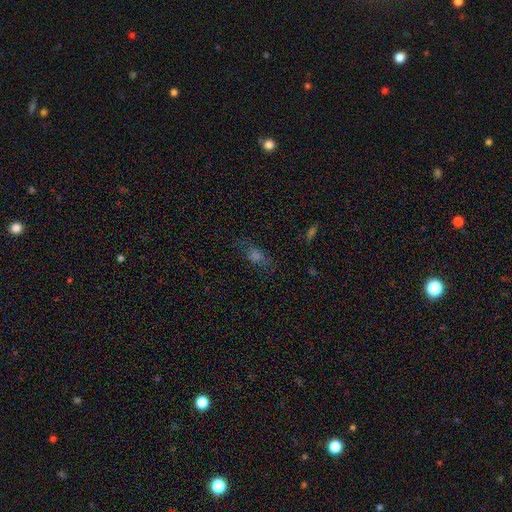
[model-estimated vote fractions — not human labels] smooth-or-featured: smooth: 46% | star or artifact: 31% | featured or disk: 23%
  merging: none: 74% | minor disturbance: 16% | major disturbance: 8% | merger: 2%